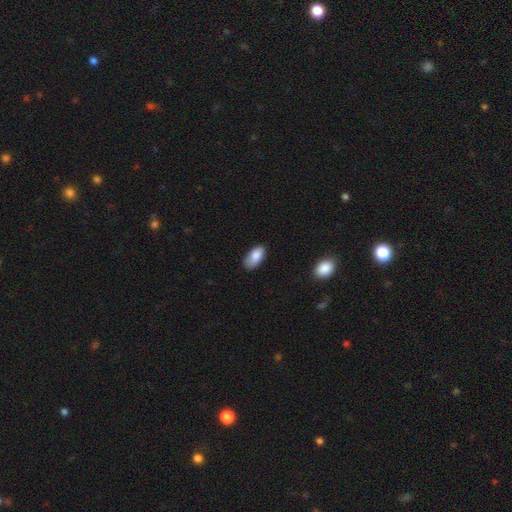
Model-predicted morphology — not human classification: This is clearly a smooth galaxy (85%). How rounded: clearly in between (94%). Merging: likely none (69%).